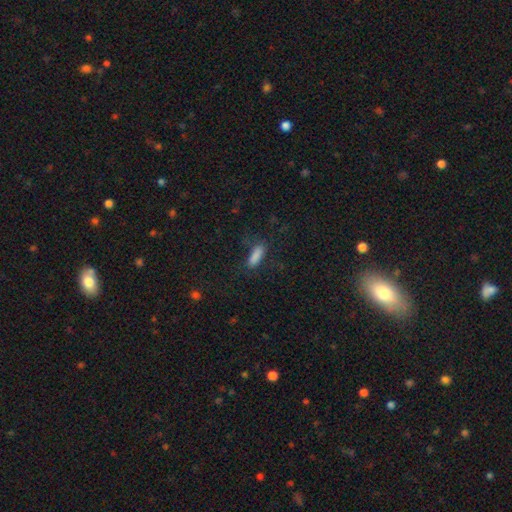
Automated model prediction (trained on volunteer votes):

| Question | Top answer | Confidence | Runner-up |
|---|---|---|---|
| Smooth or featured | smooth | 83% | star or artifact (10%) |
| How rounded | cigar-shaped | 49% | in between (48%) |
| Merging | none | 72% | minor disturbance (18%) |